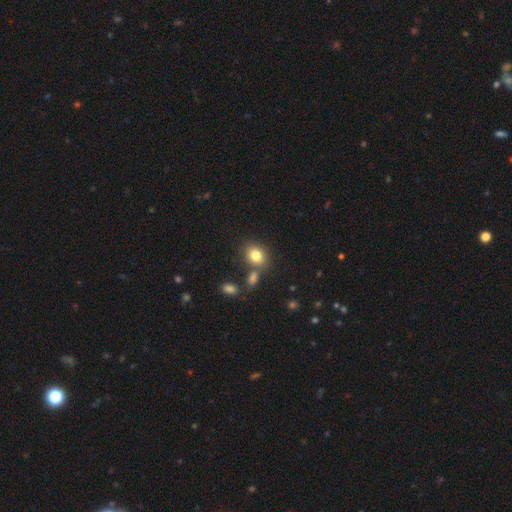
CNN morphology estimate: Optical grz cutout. It shows a smooth galaxy with no disk features (80%) that is in between round and cigar-shaped (56%). Merging: none (63%).